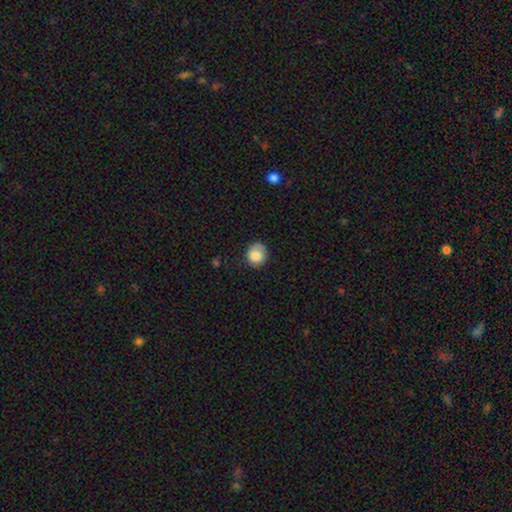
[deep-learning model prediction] Overall: smooth (83%). How rounded: round (80%). Merging: none (66%).